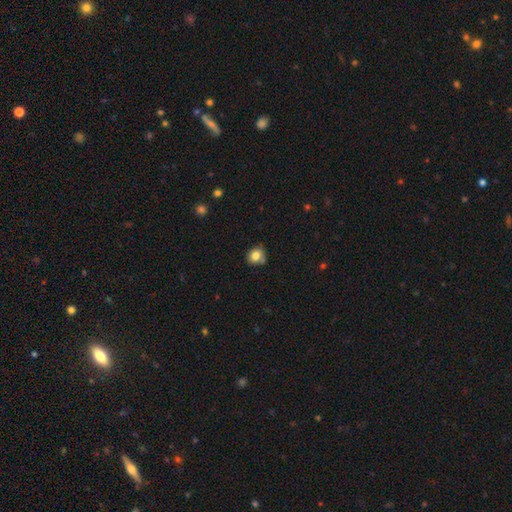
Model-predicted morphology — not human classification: A smooth galaxy with no disk features (80%) that is round (79%). Merging: none (68%).